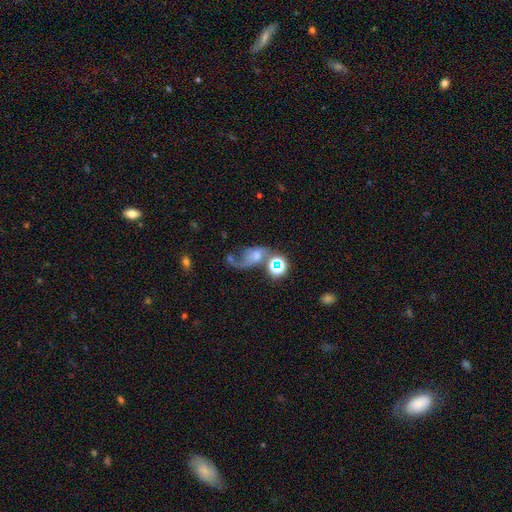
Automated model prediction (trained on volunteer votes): smooth_or_featured: featured or disk (p=0.55) [alt: smooth p=0.24]
disk_edge_on: no (p=0.95) [alt: yes p=0.05]
bar: no (p=0.70) [alt: weak p=0.23]
has_spiral_arms: yes (p=0.81) [alt: no p=0.19]
bulge_size: moderate (p=0.39) [alt: small p=0.38]
merging: none (p=0.32) [alt: major disturbance p=0.29]